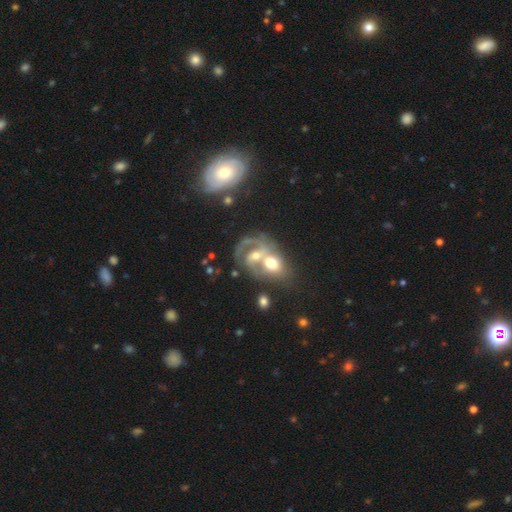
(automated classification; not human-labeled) Smooth or featured: featured or disk — 66% (smooth — 25%)
Edge-on disk: no — 96% (yes — 4%)
Bar: no — 54% (weak — 32%)
Spiral arms: yes — 74% (no — 26%)
Bulge size: moderate — 61% (small — 19%)
Merging: merger — 70% (none — 15%)